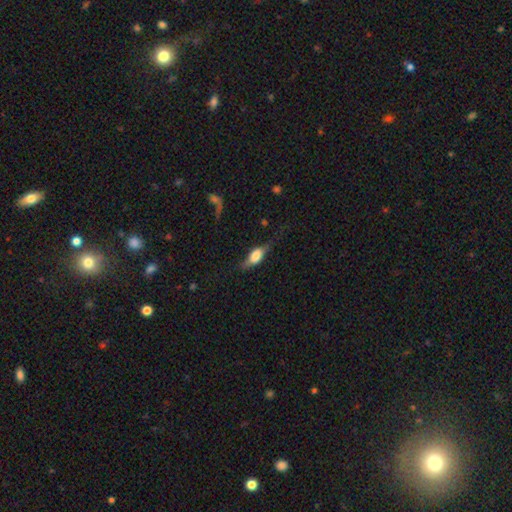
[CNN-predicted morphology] smooth_or_featured: featured or disk (p=0.51) [alt: smooth p=0.41]
disk_edge_on: yes (p=0.85) [alt: no p=0.15]
merging: none (p=0.54) [alt: minor disturbance p=0.23]